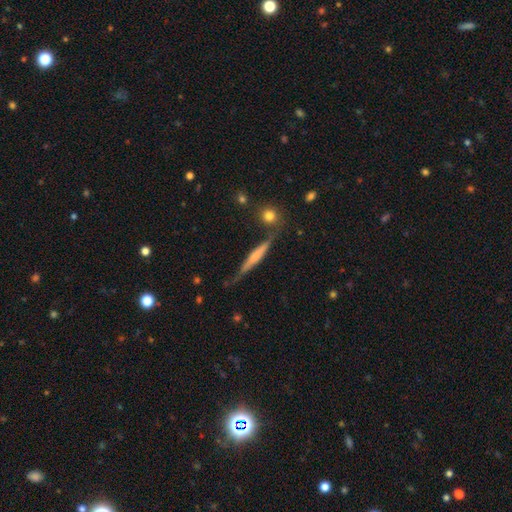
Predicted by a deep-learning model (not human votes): Q: Smooth or featured?
A: featured or disk (54%); runner-up: smooth (39%)
Q: Edge-on disk?
A: yes (94%); runner-up: no (6%)
Q: Edge-on bulge?
A: none (41%); runner-up: rounded (33%)
Q: Merging?
A: none (70%); runner-up: minor disturbance (19%)